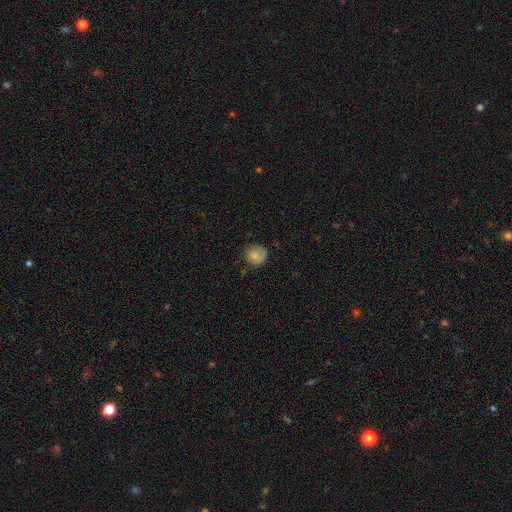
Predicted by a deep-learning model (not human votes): smooth 76%, featured or disk 15%, star or artifact 9%. Down the decision tree: how rounded — round (83%); merging — none (67%).